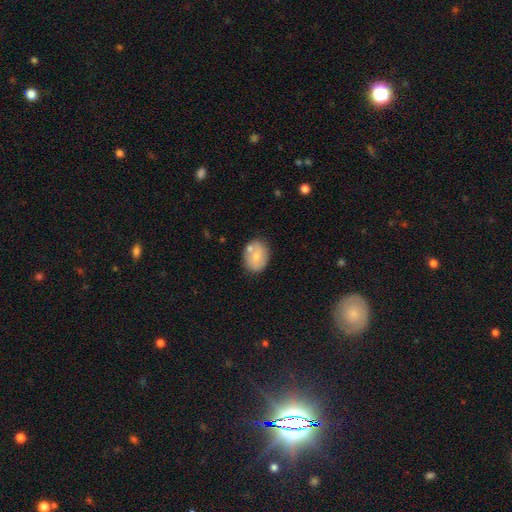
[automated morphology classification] Smooth or featured? Predicted: smooth (p=0.64). How rounded? Predicted: in between (p=0.64). Merging? Predicted: none (p=0.70).